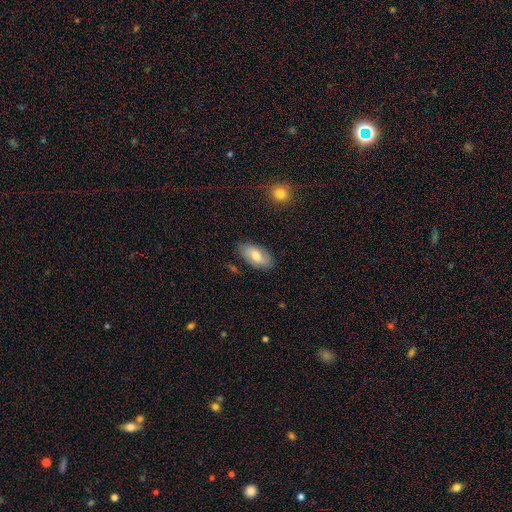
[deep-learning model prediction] This is likely a smooth galaxy (66%). How rounded: clearly in between (94%). Merging: clearly none (81%).